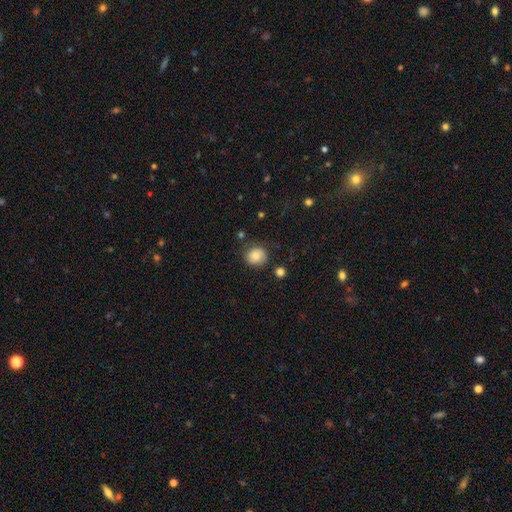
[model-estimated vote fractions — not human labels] Morphology: type=smooth (81%); roundness=round (83%); merging=none (80%).